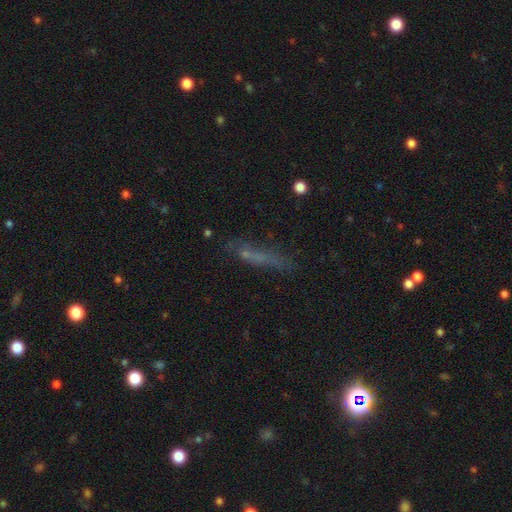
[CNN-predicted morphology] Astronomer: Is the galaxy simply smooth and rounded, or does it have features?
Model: smooth — 55%.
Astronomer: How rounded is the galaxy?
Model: cigar-shaped — 84%.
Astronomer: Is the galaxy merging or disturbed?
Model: none — 59%.